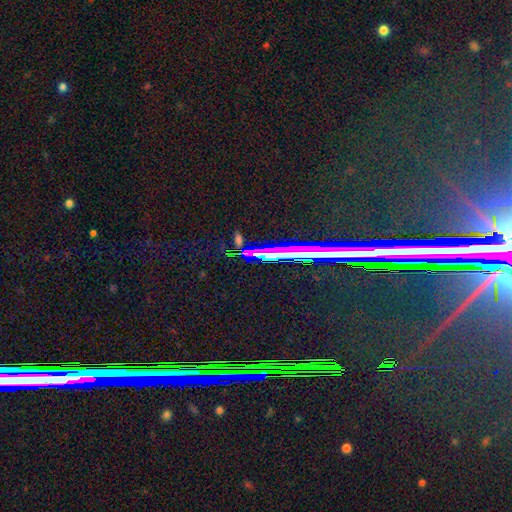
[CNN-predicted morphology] Smooth or featured: star or artifact — 70% (smooth — 15%)